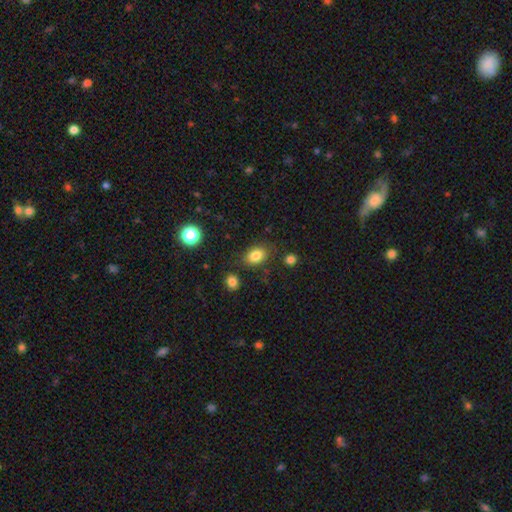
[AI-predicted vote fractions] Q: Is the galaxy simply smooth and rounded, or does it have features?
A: smooth — 82%.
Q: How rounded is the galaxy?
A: in between — 78%.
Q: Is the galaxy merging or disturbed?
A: none — 78%.